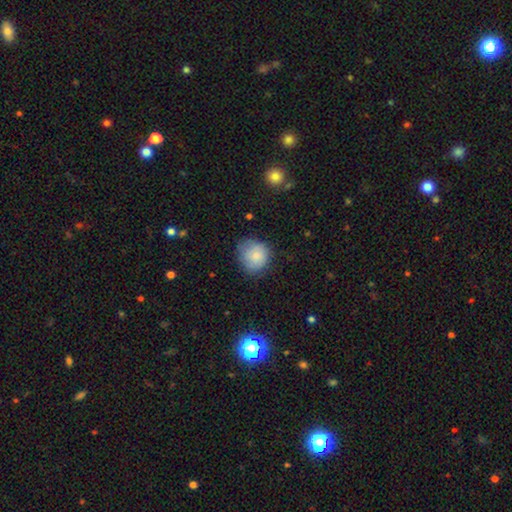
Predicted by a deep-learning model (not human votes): A smooth galaxy with no disk features (81%) that is round (79%). Merging: none (64%).